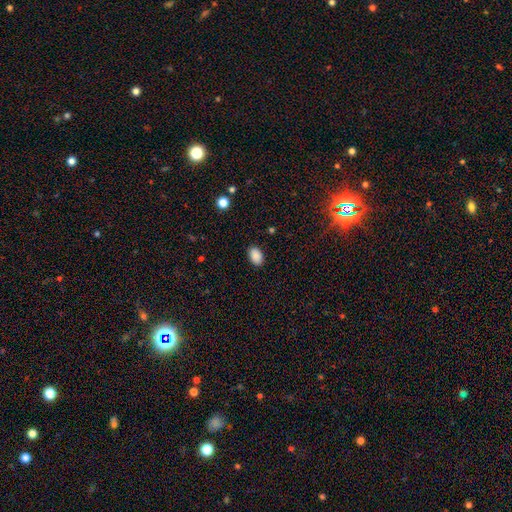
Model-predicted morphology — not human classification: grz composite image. It shows a smooth galaxy with no disk features (89%) that is in between round and cigar-shaped (89%). Merging: none (89%).